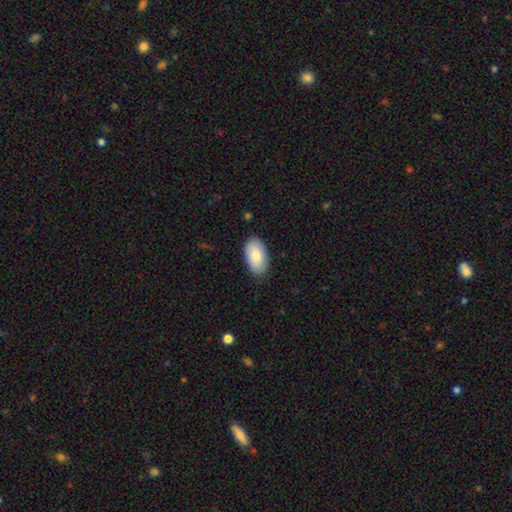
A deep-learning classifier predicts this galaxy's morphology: Smooth or featured? smooth (85%)
How rounded? in between (95%)
Merging? none (83%)